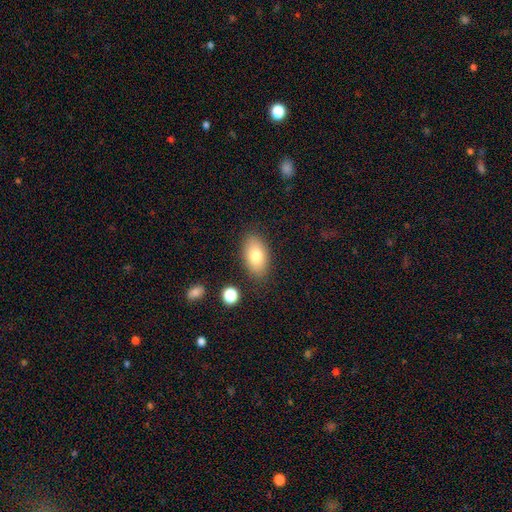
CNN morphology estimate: type=smooth (76%); roundness=in between (92%); merging=none (84%).